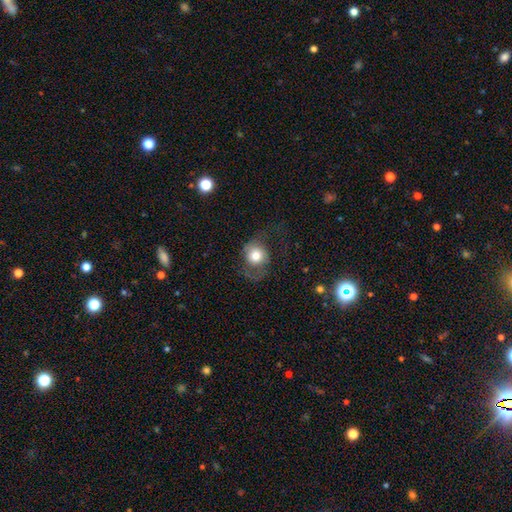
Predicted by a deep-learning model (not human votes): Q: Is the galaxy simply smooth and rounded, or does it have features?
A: smooth — 62%.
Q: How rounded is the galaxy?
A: round — 76%.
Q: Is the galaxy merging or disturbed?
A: none — 43%.